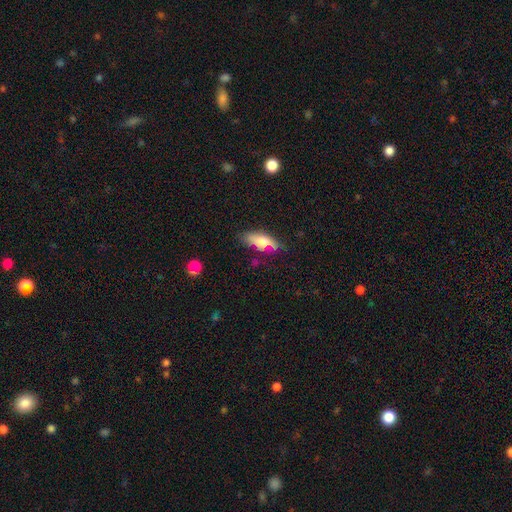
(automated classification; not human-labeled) Q: Smooth or featured?
A: smooth (56%); runner-up: featured or disk (35%)
Q: How rounded?
A: in between (63%); runner-up: cigar-shaped (33%)
Q: Merging?
A: none (63%); runner-up: minor disturbance (23%)